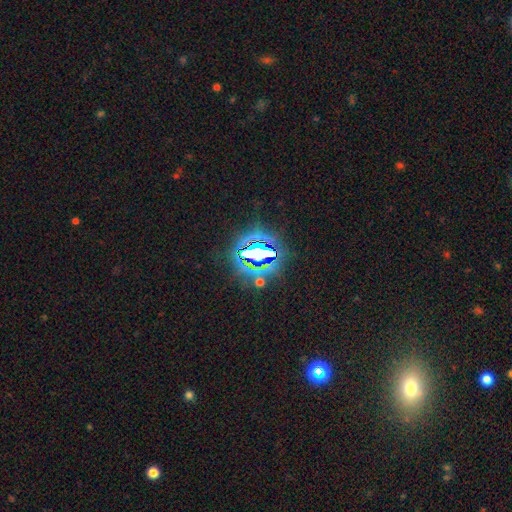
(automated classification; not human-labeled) Smooth or featured? Predicted: star or artifact (p=0.75).